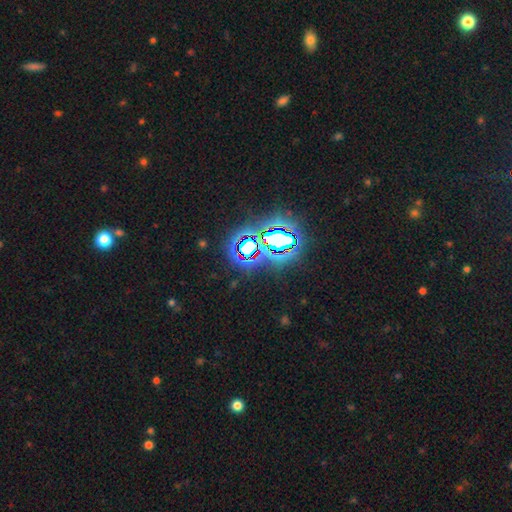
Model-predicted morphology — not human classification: Overall: star or artifact (80%).